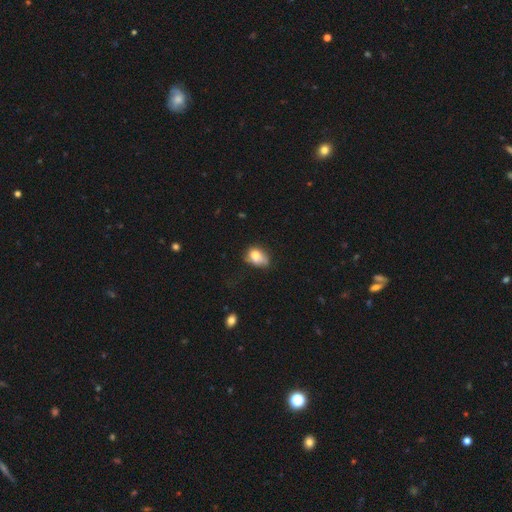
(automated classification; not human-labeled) A smooth galaxy with no disk features (68%) that is in between round and cigar-shaped (64%). Merging: none (35%).